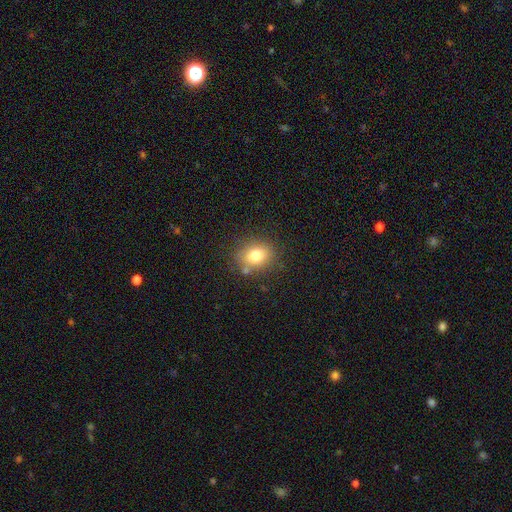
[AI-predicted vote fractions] Morphology: type=smooth (78%); roundness=in between (55%); merging=none (76%).